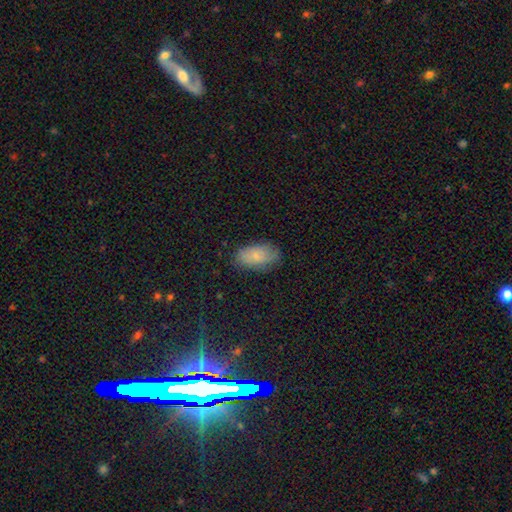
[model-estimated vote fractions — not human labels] Overall: smooth (79%). How rounded: in between (93%). Merging: none (77%).